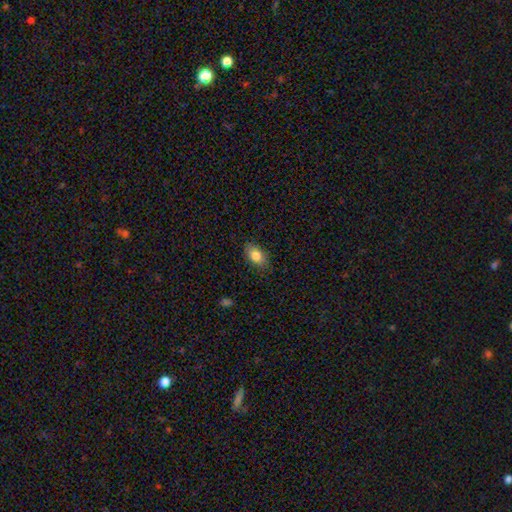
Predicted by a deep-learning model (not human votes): smooth-or-featured: smooth: 83% | featured or disk: 9% | star or artifact: 8%
  how-rounded: in between: 89% | round: 9% | cigar-shaped: 2%
  merging: none: 85% | minor disturbance: 11% | major disturbance: 2% | merger: 1%